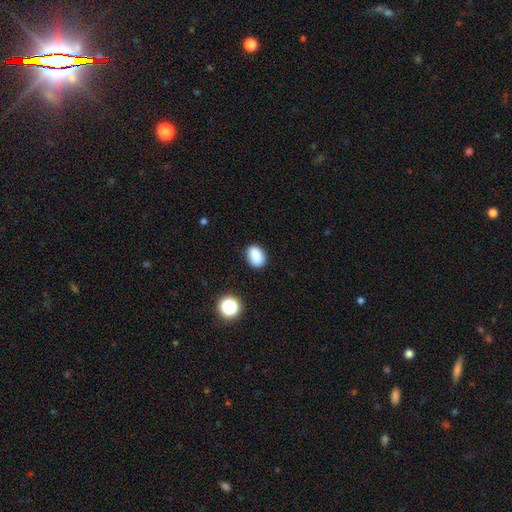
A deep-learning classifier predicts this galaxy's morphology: A smooth galaxy with no disk features (86%) that is in between round and cigar-shaped (77%).

Vote fractions:
- Smooth or featured? smooth: 86% / star or artifact: 10% / featured or disk: 4%
- How rounded? in between: 77% / round: 22% / cigar-shaped: 1%
- Merging? none: 83% / minor disturbance: 12% / major disturbance: 3% / merger: 2%